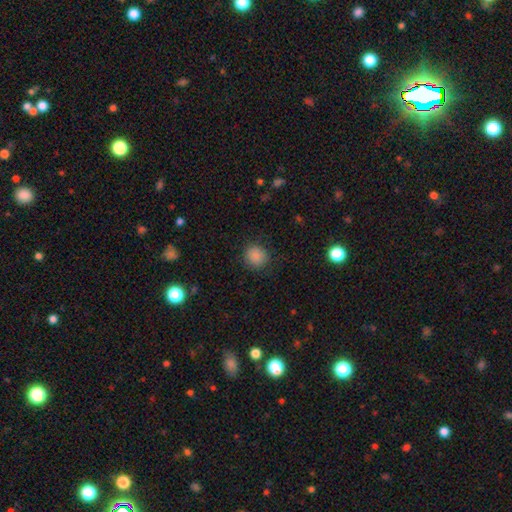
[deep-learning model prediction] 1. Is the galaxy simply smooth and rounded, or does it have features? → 85% smooth, 10% star or artifact, 4% featured or disk.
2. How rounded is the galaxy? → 85% round, 14% in between, 1% cigar-shaped.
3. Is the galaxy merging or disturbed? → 83% none, 12% minor disturbance, 4% major disturbance, 1% merger.